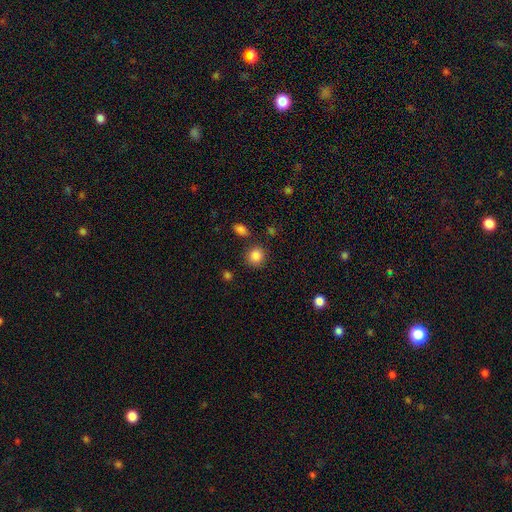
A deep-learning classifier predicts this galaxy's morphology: This appears to be a smooth galaxy with no disk features (85%) that is round (86%). Merging: none (84%).